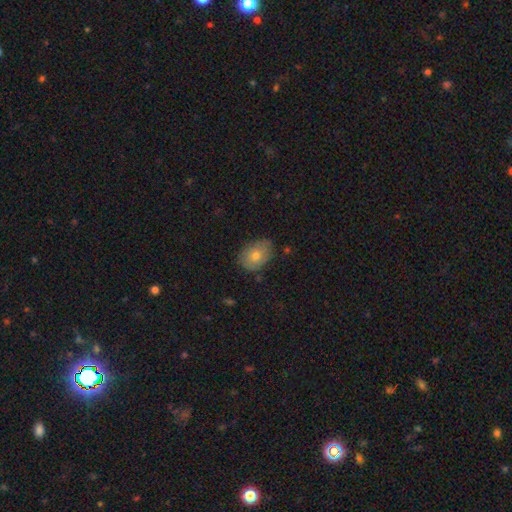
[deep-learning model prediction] A smooth galaxy with no disk features (74%) that is in between round and cigar-shaped (67%).

Vote fractions:
- Smooth or featured? smooth: 74% / featured or disk: 18% / star or artifact: 9%
- How rounded? in between: 67% / round: 31% / cigar-shaped: 1%
- Merging? none: 73% / minor disturbance: 22% / major disturbance: 4% / merger: 2%